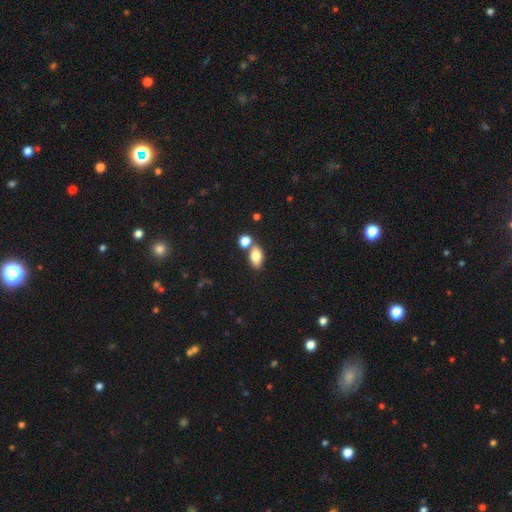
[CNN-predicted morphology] smooth-or-featured: smooth: 79% | featured or disk: 12% | star or artifact: 9%
  how-rounded: in between: 87% | round: 9% | cigar-shaped: 4%
  merging: none: 60% | merger: 26% | minor disturbance: 11% | major disturbance: 3%